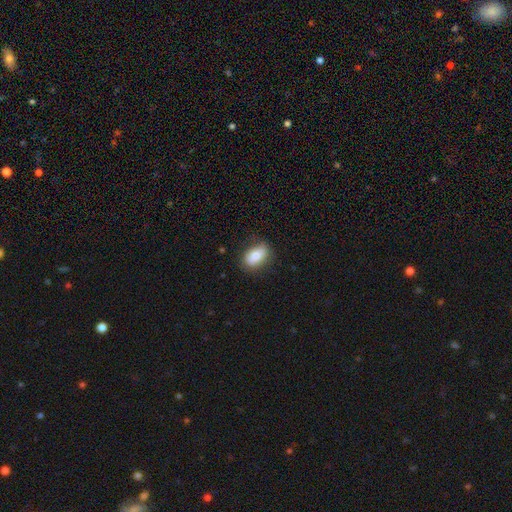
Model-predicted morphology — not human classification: This appears to be a smooth galaxy with no disk features (73%) that is in between round and cigar-shaped (84%). Merging: none (81%).